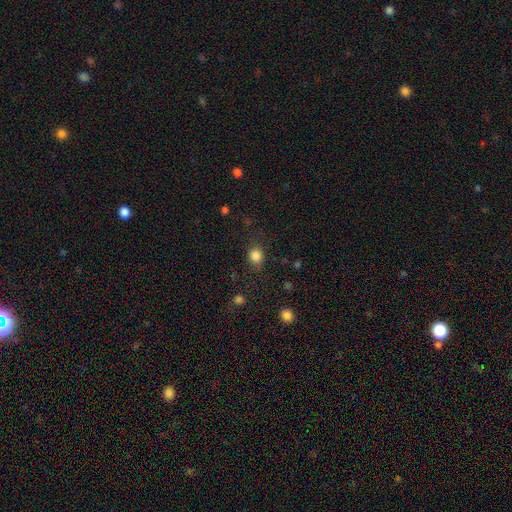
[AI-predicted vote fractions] smooth-or-featured: smooth: 85% | star or artifact: 11% | featured or disk: 4%
  how-rounded: round: 72% | in between: 27% | cigar-shaped: 1%
  merging: none: 79% | minor disturbance: 14% | major disturbance: 5% | merger: 2%